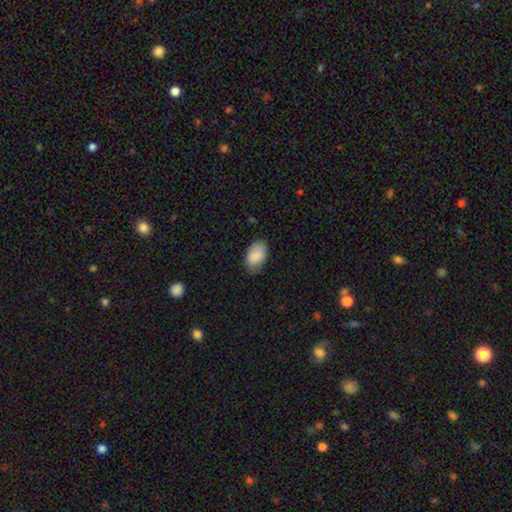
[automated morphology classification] This is clearly a smooth galaxy (86%). How rounded: clearly in between (92%). Merging: likely none (72%).